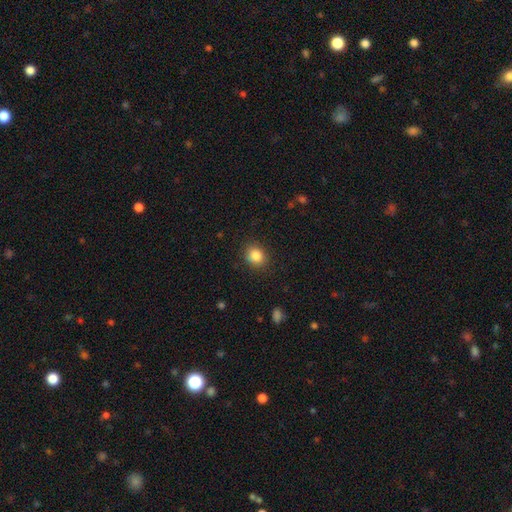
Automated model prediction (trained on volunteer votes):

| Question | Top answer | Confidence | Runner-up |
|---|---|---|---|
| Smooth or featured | smooth | 86% | star or artifact (10%) |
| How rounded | round | 69% | in between (30%) |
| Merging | none | 88% | minor disturbance (9%) |